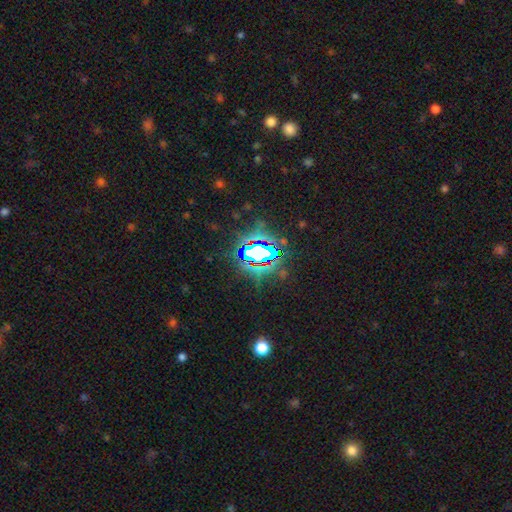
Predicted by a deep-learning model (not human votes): A star or artifact, not a galaxy (80%).

Vote fractions:
- Smooth or featured? star or artifact: 80% / smooth: 11% / featured or disk: 8%